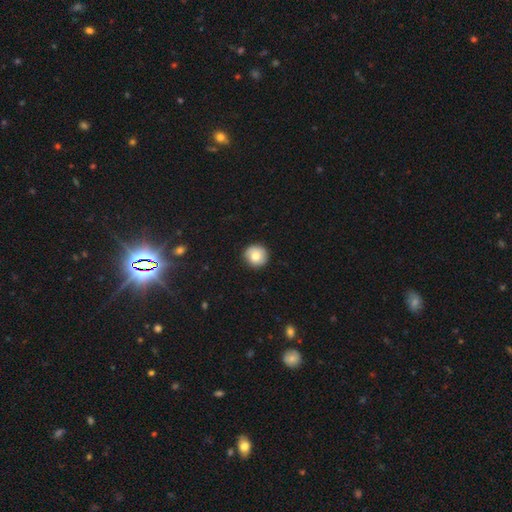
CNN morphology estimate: This is clearly a smooth galaxy (81%). How rounded: clearly round (93%). Merging: clearly none (88%).